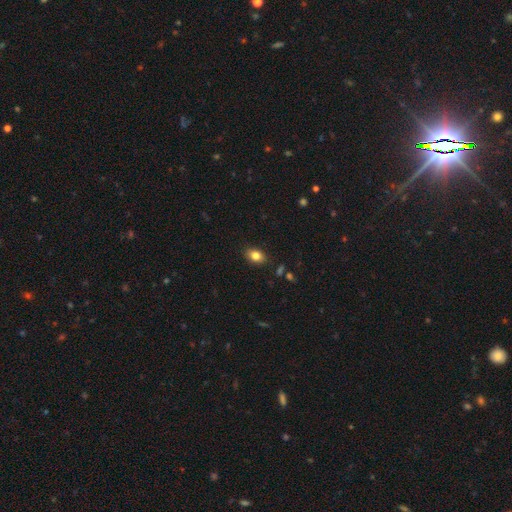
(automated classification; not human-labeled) Smooth or featured? smooth (82%)
How rounded? in between (79%)
Merging? none (86%)